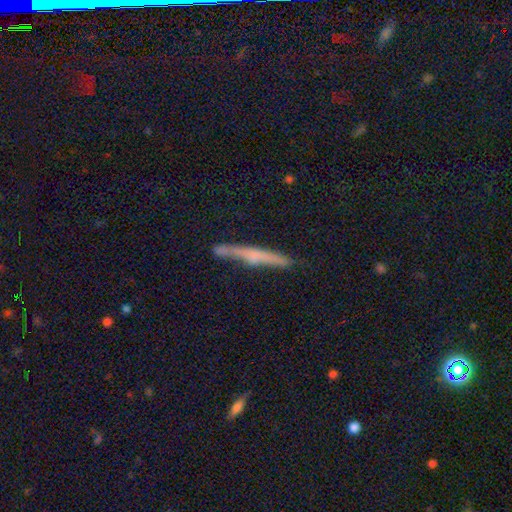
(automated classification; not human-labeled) Morphology: type=featured or disk (51%); edge-on=yes (94%); merging=none (77%).